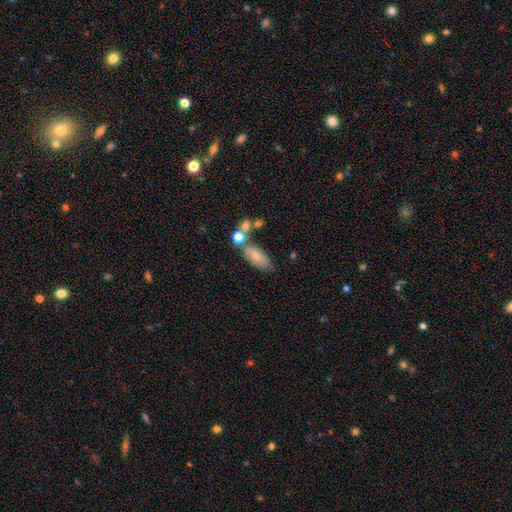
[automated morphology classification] smooth_or_featured: smooth (p=0.71) [alt: featured or disk p=0.20]
how_rounded: in between (p=0.79) [alt: cigar-shaped p=0.16]
merging: none (p=0.53) [alt: merger p=0.22]